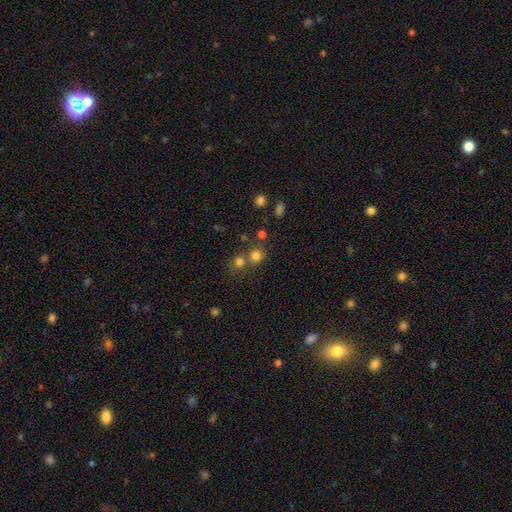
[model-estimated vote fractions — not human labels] smooth_or_featured: smooth (p=0.75) [alt: star or artifact p=0.17]
how_rounded: round (p=0.86) [alt: in between p=0.13]
merging: none (p=0.56) [alt: merger p=0.34]